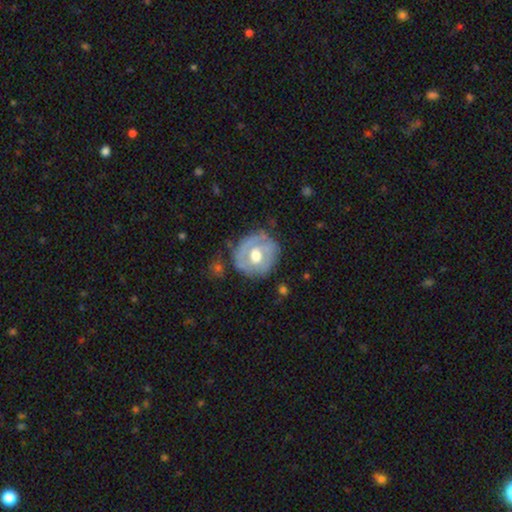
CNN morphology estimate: Smooth or featured? Predicted: featured or disk (p=0.58). Edge-on disk? Predicted: no (p=0.96). Bar? Predicted: no (p=0.74). Spiral arms? Predicted: no (p=0.65). Bulge size? Predicted: moderate (p=0.65). Merging? Predicted: none (p=0.68).